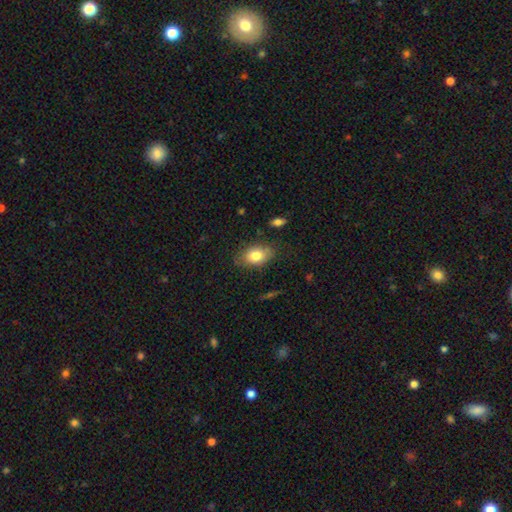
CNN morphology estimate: The model was most divided on "merging": none: 78%, minor disturbance: 16%, major disturbance: 4%, merger: 2%. More confident: how rounded — in between (84%); smooth or featured — smooth (79%).